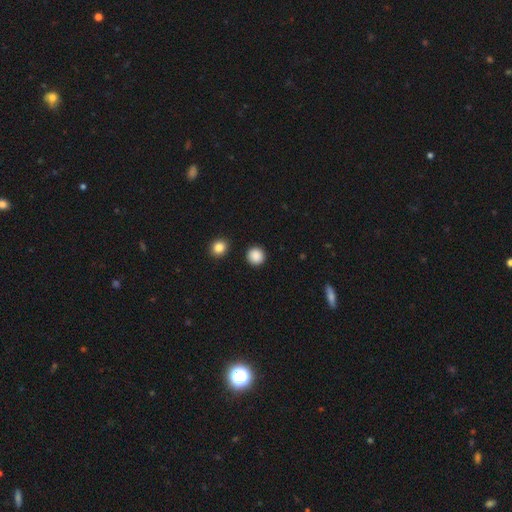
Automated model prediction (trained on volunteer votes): Smooth or featured? smooth (88%)
How rounded? round (93%)
Merging? none (91%)